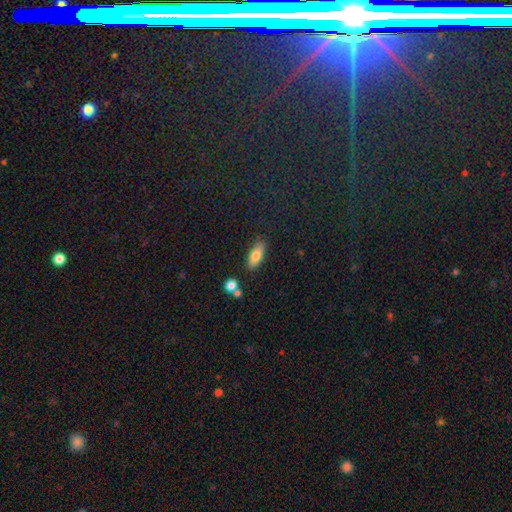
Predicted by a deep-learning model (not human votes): This is likely a smooth galaxy (79%). How rounded: likely in between (79%). Merging: likely none (79%).